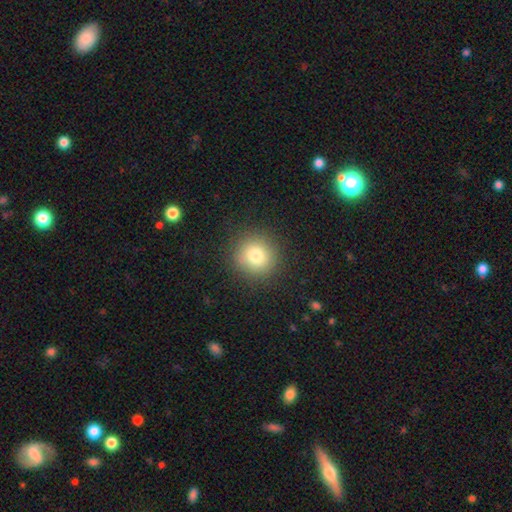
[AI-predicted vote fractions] This is likely a smooth galaxy (80%). How rounded: clearly round (92%). Merging: clearly none (90%).